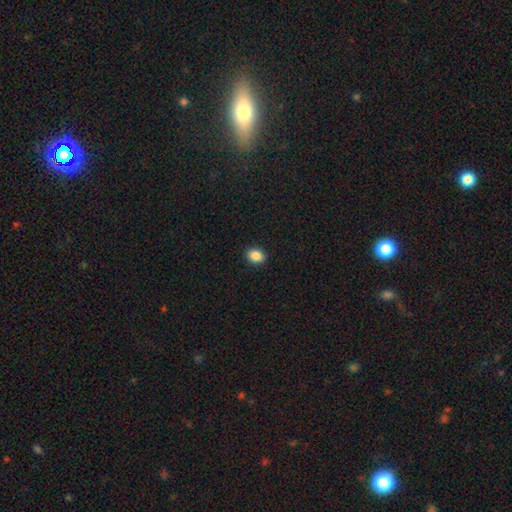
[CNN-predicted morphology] smooth_or_featured: smooth (p=0.88) [alt: star or artifact p=0.09]
how_rounded: in between (p=0.50) [alt: round p=0.49]
merging: none (p=0.91) [alt: minor disturbance p=0.06]